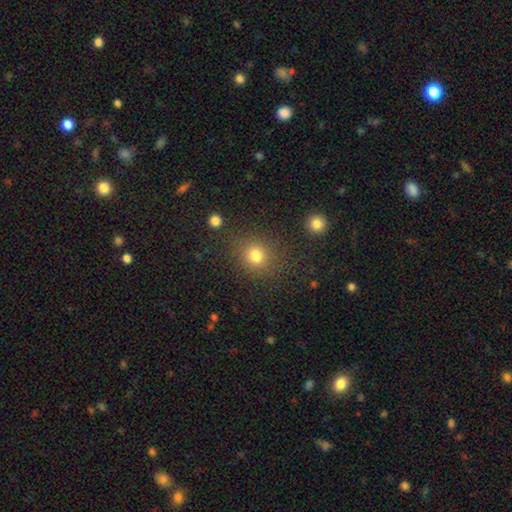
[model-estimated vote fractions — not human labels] Overall: smooth (79%). How rounded: round (81%). Merging: none (81%).